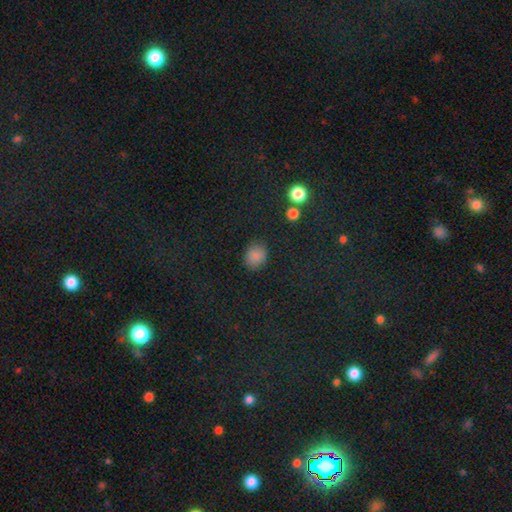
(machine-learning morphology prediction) Smooth or featured: smooth — 83% (star or artifact — 13%)
How rounded: round — 57% (in between — 42%)
Merging: none — 83% (minor disturbance — 12%)